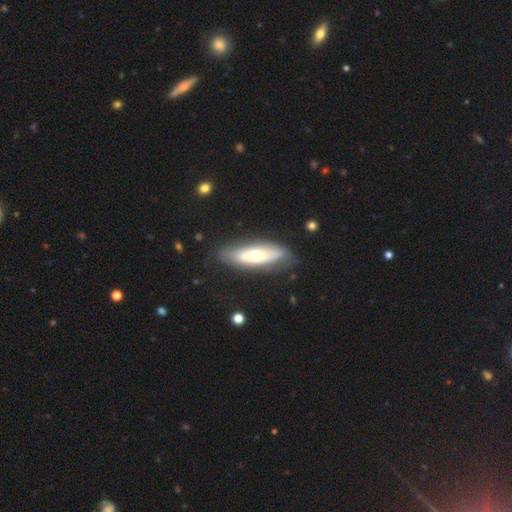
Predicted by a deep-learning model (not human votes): Smooth or featured? smooth (49%)
Merging? none (76%)